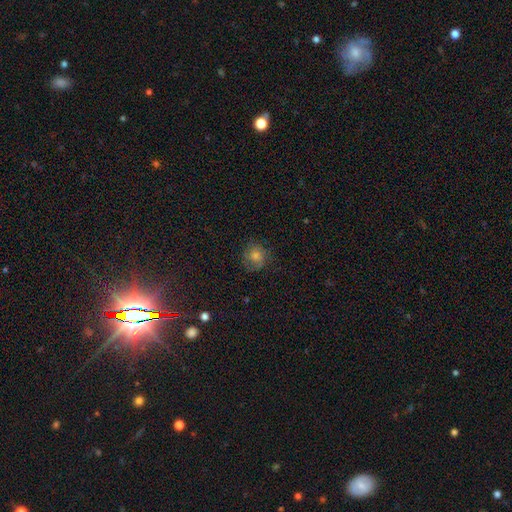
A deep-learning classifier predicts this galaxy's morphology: type=smooth (43%); merging=none (74%).